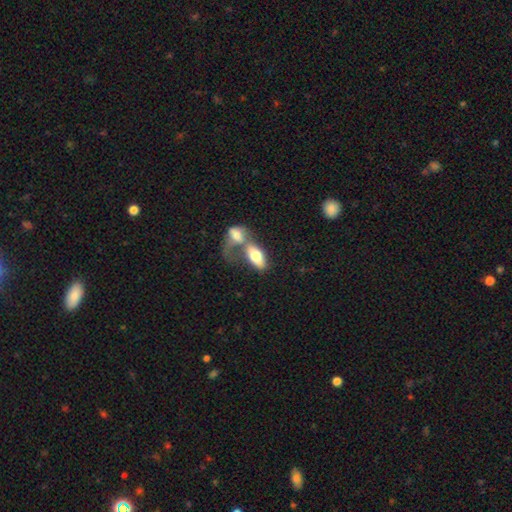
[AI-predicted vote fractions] A smooth galaxy with no disk features (70%) that is in between round and cigar-shaped (87%).

Vote fractions:
- Smooth or featured? smooth: 70% / featured or disk: 24% / star or artifact: 6%
- How rounded? in between: 87% / cigar-shaped: 9% / round: 4%
- Merging? merger: 69% / none: 14% / major disturbance: 10% / minor disturbance: 7%